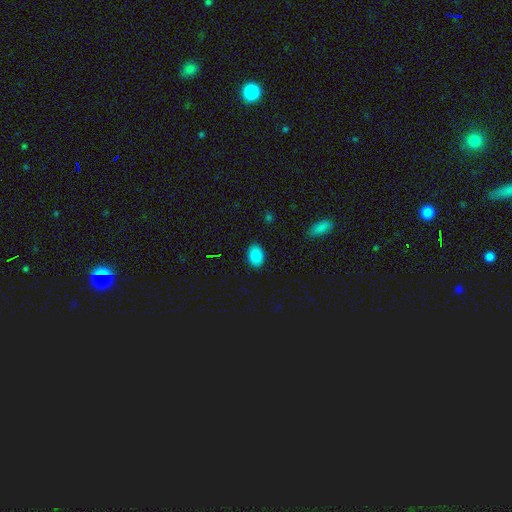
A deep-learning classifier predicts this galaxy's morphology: Smooth or featured?
  - smooth: 86% *
  - star or artifact: 9%
  - featured or disk: 5%
How rounded?
  - in between: 78% *
  - round: 21%
  - cigar-shaped: 1%
Merging?
  - none: 89% *
  - minor disturbance: 8%
  - major disturbance: 2%
  - merger: 1%